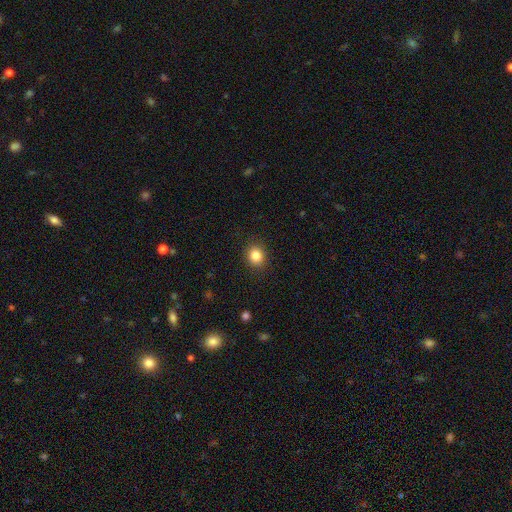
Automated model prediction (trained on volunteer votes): Smooth or featured? Predicted: smooth (p=0.84). How rounded? Predicted: round (p=0.75). Merging? Predicted: none (p=0.90).